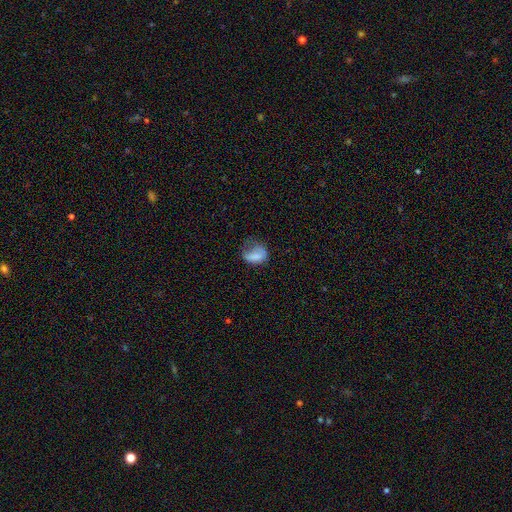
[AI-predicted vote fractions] A smooth galaxy with no disk features (73%) that is in between round and cigar-shaped (73%). Merging: major disturbance (40%).